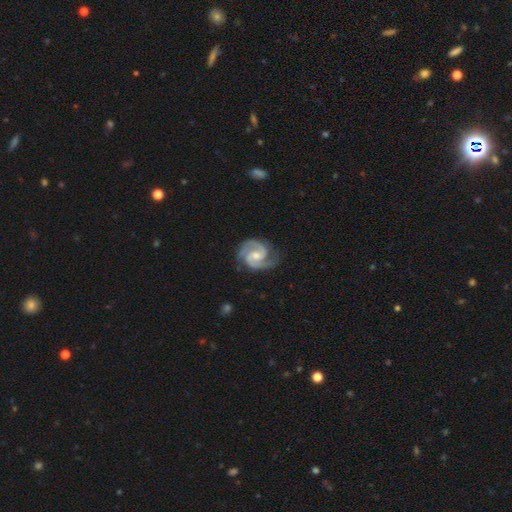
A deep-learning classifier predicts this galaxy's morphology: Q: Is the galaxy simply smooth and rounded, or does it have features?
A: featured or disk — 93%.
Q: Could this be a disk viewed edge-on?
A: no — 98%.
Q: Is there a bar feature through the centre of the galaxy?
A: weak — 45%.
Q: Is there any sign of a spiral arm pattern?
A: yes — 99%.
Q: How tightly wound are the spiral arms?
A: medium — 55%.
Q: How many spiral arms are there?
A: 2 — 91%.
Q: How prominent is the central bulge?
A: moderate — 51%.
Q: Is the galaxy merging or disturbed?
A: none — 80%.